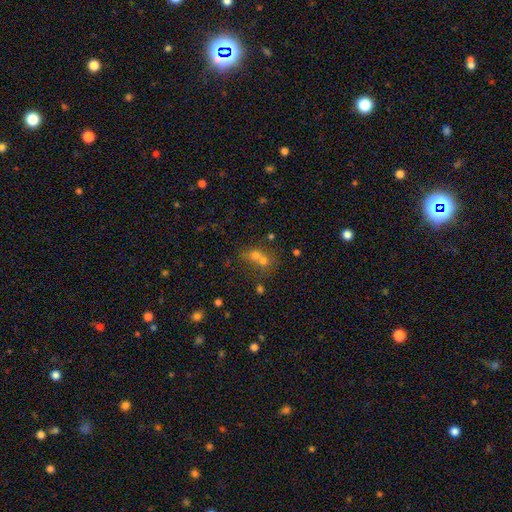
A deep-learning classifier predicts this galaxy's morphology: This is possibly a smooth galaxy (55%). How rounded: likely round (68%). Merging: possibly merger (56%).